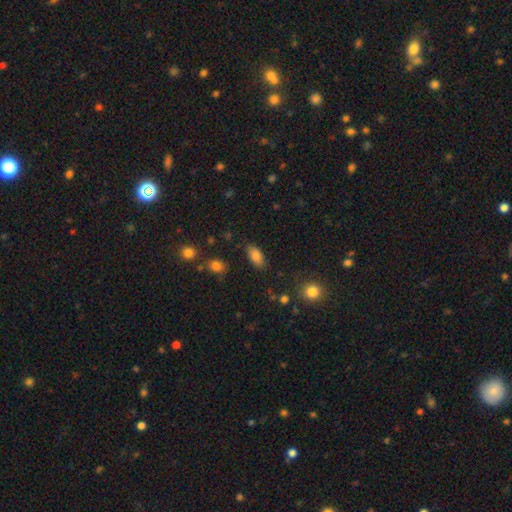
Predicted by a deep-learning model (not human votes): The model was most divided on "merging": none: 82%, minor disturbance: 13%, major disturbance: 3%, merger: 2%. More confident: how rounded — in between (90%); smooth or featured — smooth (82%).